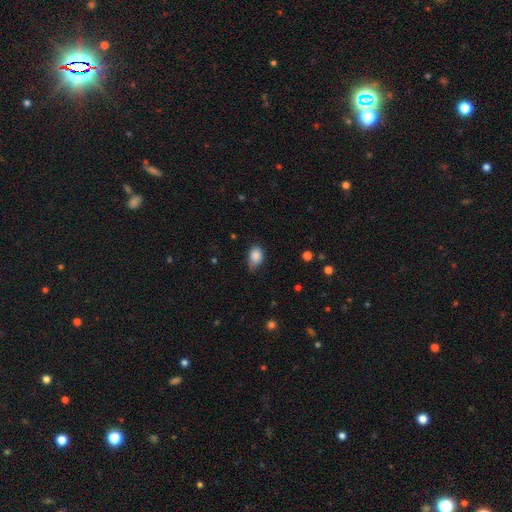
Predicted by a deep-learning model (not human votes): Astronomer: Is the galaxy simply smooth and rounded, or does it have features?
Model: smooth — 87%.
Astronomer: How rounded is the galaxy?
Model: in between — 82%.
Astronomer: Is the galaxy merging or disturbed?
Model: none — 62%.